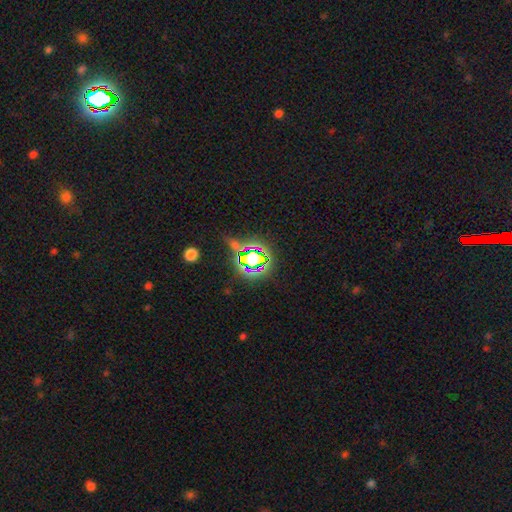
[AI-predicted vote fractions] A star or artifact, not a galaxy (75%).

Vote fractions:
- Smooth or featured? star or artifact: 75% / smooth: 15% / featured or disk: 10%